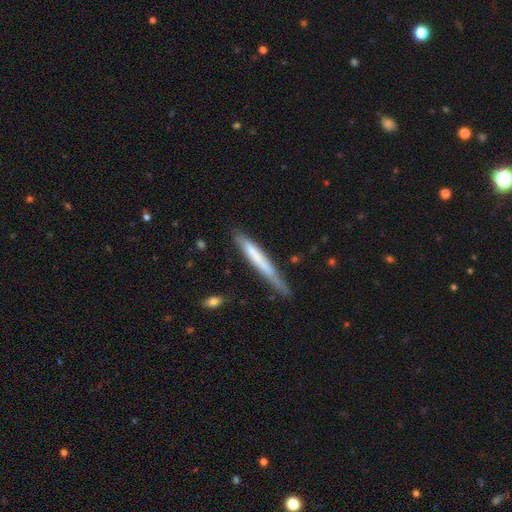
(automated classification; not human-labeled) Overall: smooth (58%; featured or disk 36%). How rounded: cigar-shaped (96%). Merging: none (69%).